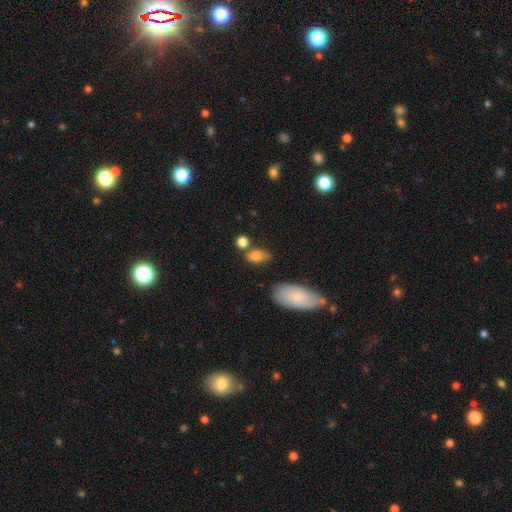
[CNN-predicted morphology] A smooth galaxy with no disk features (82%) that is in between round and cigar-shaped (82%).

Vote fractions:
- Smooth or featured? smooth: 82% / star or artifact: 10% / featured or disk: 8%
- How rounded? in between: 82% / round: 15% / cigar-shaped: 3%
- Merging? none: 60% / minor disturbance: 19% / merger: 14% / major disturbance: 6%